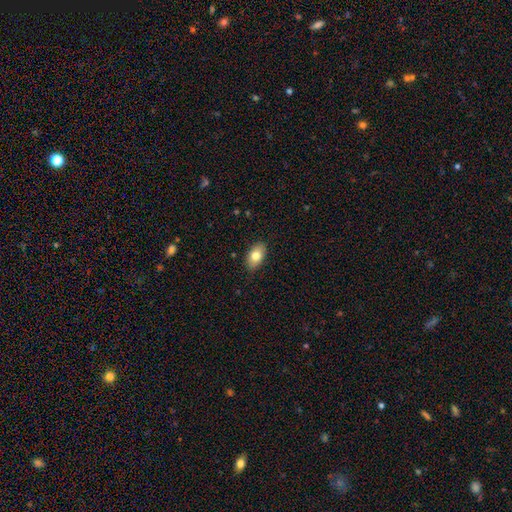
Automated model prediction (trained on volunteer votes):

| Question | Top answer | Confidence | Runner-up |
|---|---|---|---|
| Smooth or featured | smooth | 78% | featured or disk (14%) |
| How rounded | in between | 90% | round (8%) |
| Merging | none | 86% | minor disturbance (11%) |